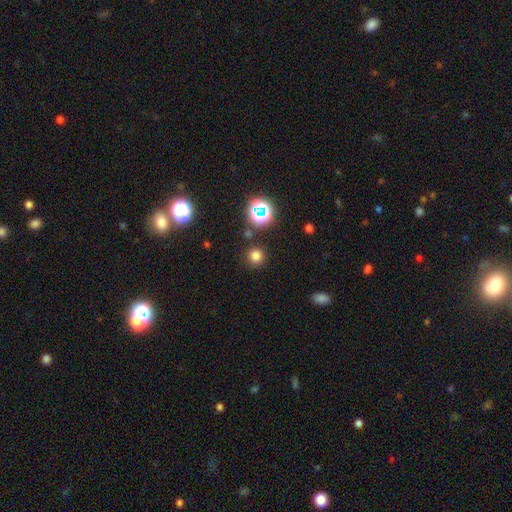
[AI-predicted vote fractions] Q: Smooth or featured?
A: smooth (73%); runner-up: star or artifact (22%)
Q: How rounded?
A: round (94%); runner-up: in between (5%)
Q: Merging?
A: none (87%); runner-up: minor disturbance (6%)